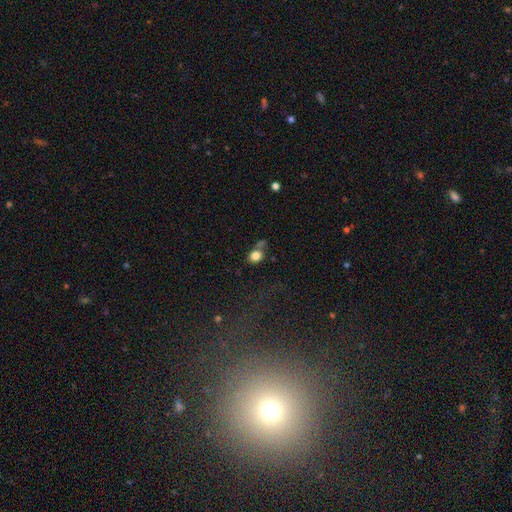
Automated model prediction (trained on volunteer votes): The model was most divided on "how rounded": round: 57%, in between: 42%, cigar-shaped: 2%. More confident: smooth or featured — smooth (81%); merging — none (51%).